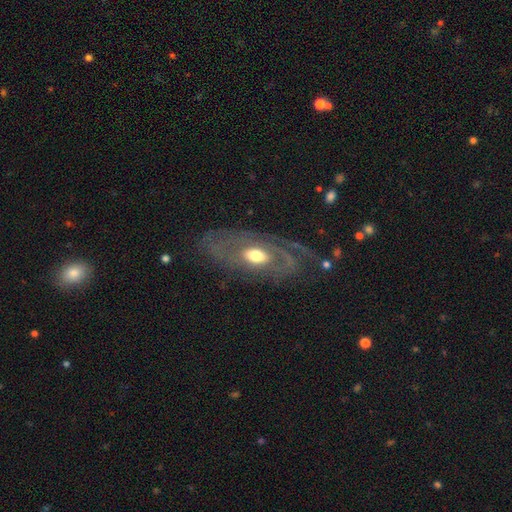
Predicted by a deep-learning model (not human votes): Smooth or featured? Predicted: featured or disk (p=0.73). Edge-on disk? Predicted: no (p=0.90). Bar? Predicted: no (p=0.75). Spiral arms? Predicted: yes (p=0.64). Bulge size? Predicted: moderate (p=0.65). Merging? Predicted: none (p=0.65).